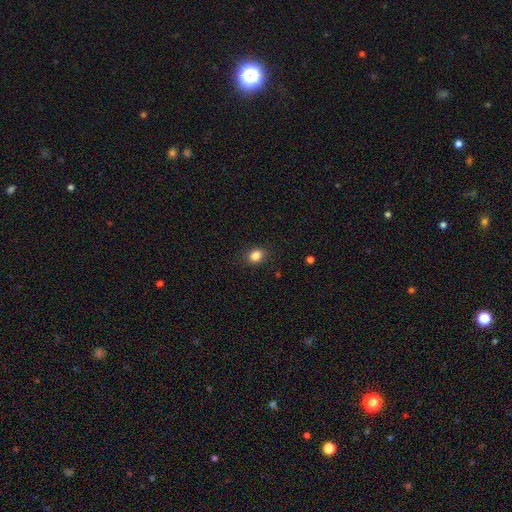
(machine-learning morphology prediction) This appears to be a smooth galaxy with no disk features (85%) that is in between round and cigar-shaped (56%). Merging: none (88%).